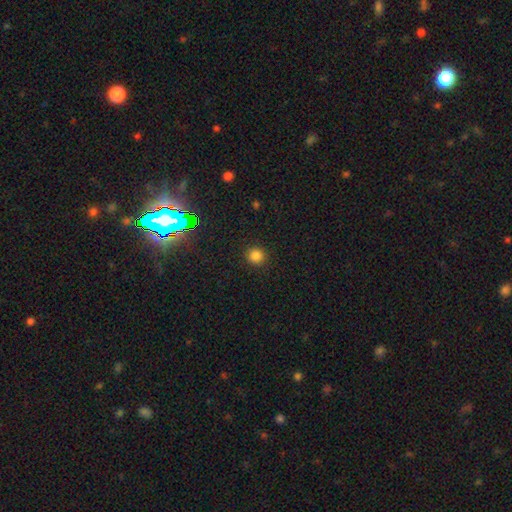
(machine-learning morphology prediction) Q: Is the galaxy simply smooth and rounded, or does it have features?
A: smooth — 82%.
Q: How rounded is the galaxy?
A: round — 93%.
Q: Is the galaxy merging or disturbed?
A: none — 91%.